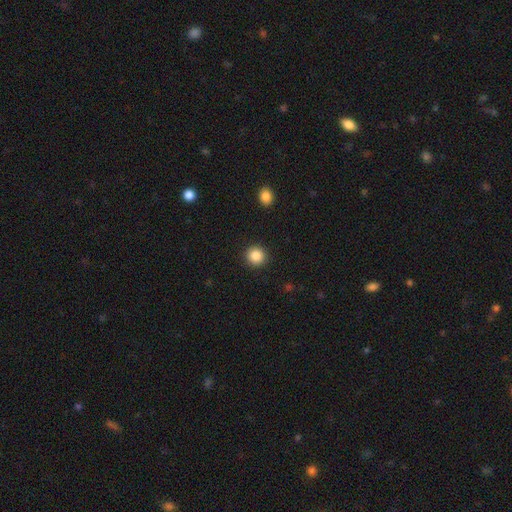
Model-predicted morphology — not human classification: This is clearly a smooth galaxy (86%). How rounded: clearly round (94%). Merging: clearly none (92%).